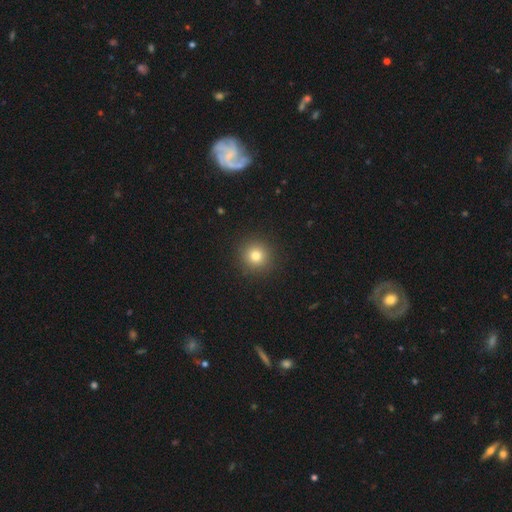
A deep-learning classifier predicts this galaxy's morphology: Smooth or featured? Predicted: smooth (p=0.79). How rounded? Predicted: round (p=0.94). Merging? Predicted: none (p=0.92).